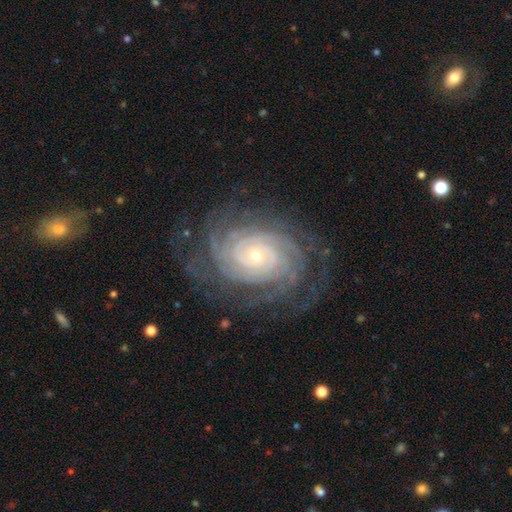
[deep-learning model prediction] Smooth or featured? Predicted: featured or disk (p=0.90). Edge-on disk? Predicted: no (p=0.97). Bar? Predicted: no (p=0.77). Spiral arms? Predicted: yes (p=0.98). Spiral winding? Predicted: tight (p=0.84). Spiral arm count? Predicted: can't tell (p=0.23). Bulge size? Predicted: small (p=0.77). Merging? Predicted: none (p=0.78).